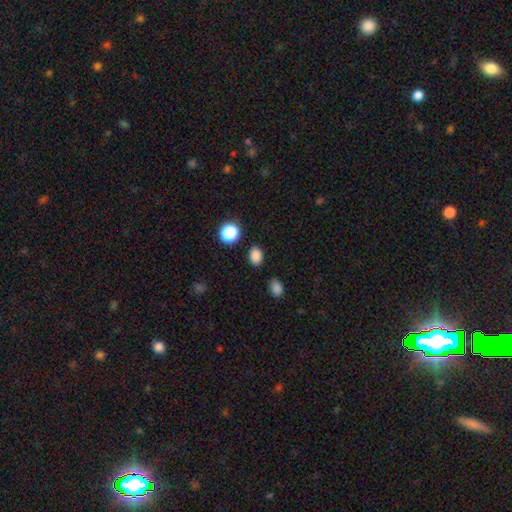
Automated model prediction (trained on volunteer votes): A smooth galaxy with no disk features (84%) that is in between round and cigar-shaped (73%). Merging: none (86%).